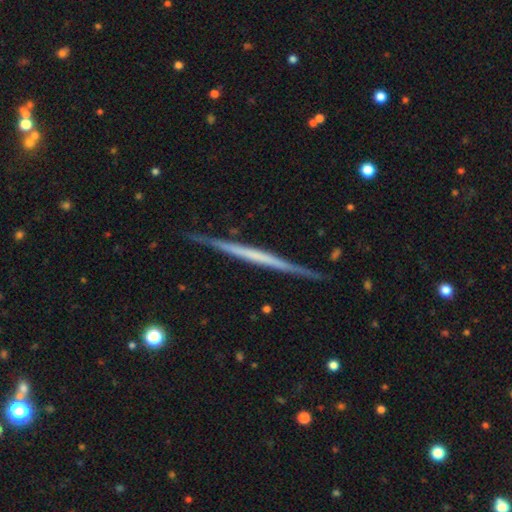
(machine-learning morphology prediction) Smooth or featured? Predicted: featured or disk (p=0.69). Edge-on disk? Predicted: yes (p=0.98). Edge-on bulge? Predicted: none (p=0.85). Merging? Predicted: none (p=0.89).